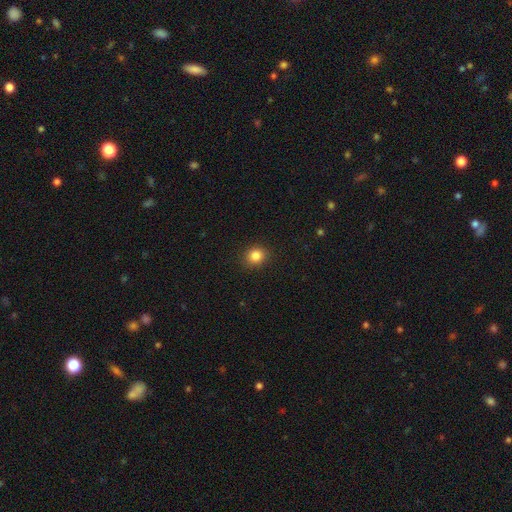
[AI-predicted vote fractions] Smooth or featured?
  - smooth: 84% *
  - star or artifact: 11%
  - featured or disk: 5%
How rounded?
  - round: 80% *
  - in between: 19%
  - cigar-shaped: 1%
Merging?
  - none: 90% *
  - minor disturbance: 7%
  - major disturbance: 2%
  - merger: 1%